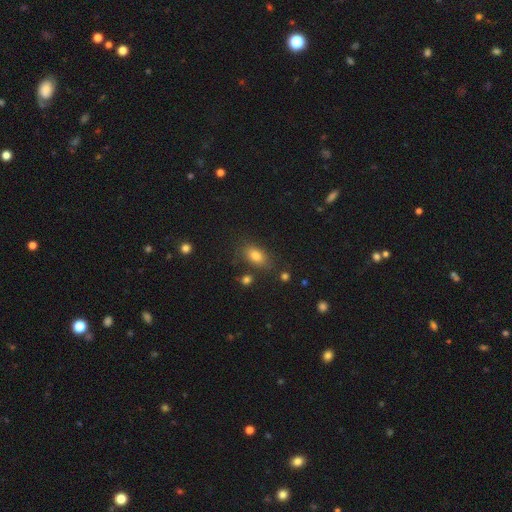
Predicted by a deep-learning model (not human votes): This appears to be a smooth galaxy with no disk features (80%) that is in between round and cigar-shaped (85%). Merging: none (76%).